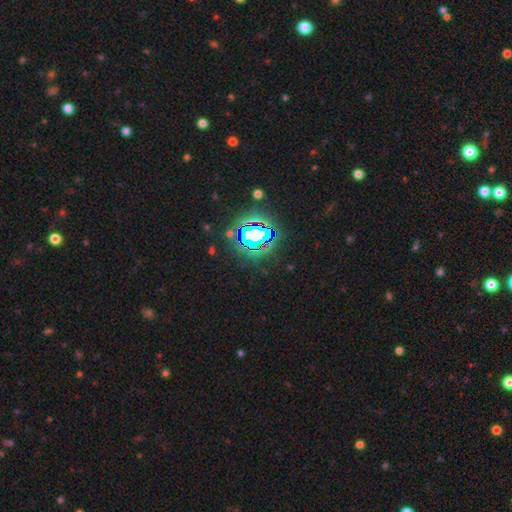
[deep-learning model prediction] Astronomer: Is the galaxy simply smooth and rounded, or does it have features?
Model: star or artifact — 83%.